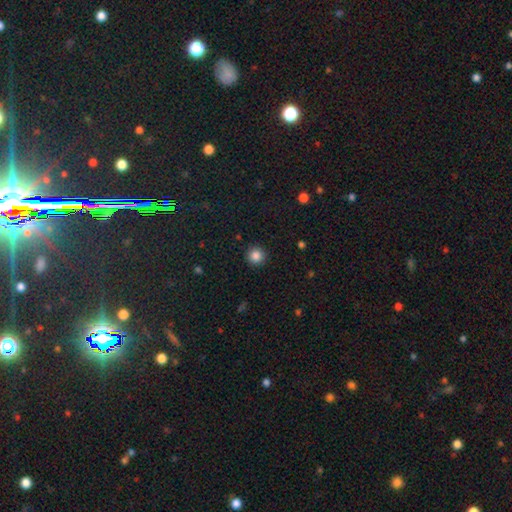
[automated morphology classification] A smooth galaxy with no disk features (86%) that is round (95%).

Vote fractions:
- Smooth or featured? smooth: 86% / star or artifact: 10% / featured or disk: 4%
- How rounded? round: 95% / in between: 4% / cigar-shaped: 1%
- Merging? none: 92% / minor disturbance: 5% / major disturbance: 2% / merger: 1%